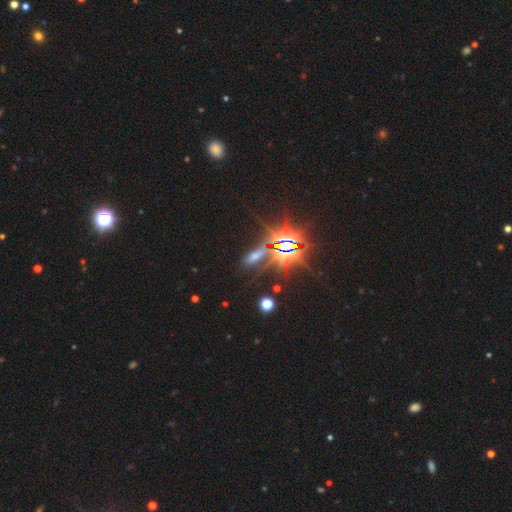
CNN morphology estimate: Smooth or featured: star or artifact — 64% (smooth — 21%)